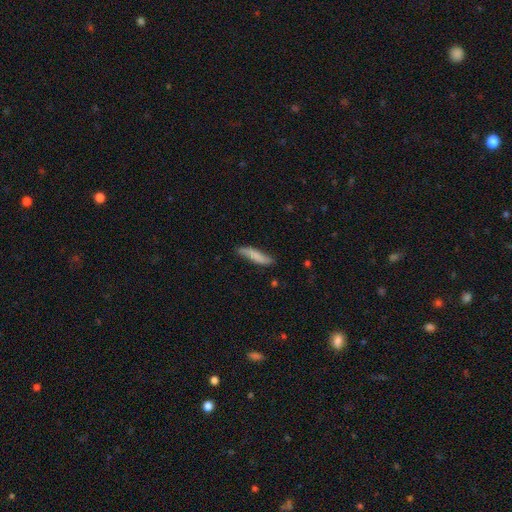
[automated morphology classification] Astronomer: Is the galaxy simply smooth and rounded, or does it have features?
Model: smooth — 71%.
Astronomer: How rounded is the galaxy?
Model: cigar-shaped — 78%.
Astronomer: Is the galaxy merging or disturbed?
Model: none — 72%.